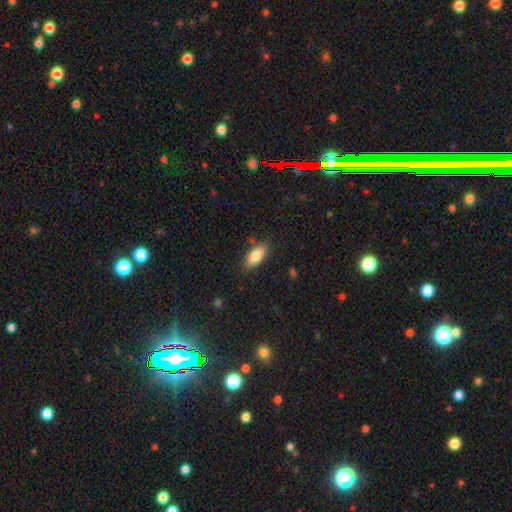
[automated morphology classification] A smooth galaxy with no disk features (81%) that is in between round and cigar-shaped (83%). Merging: none (83%).